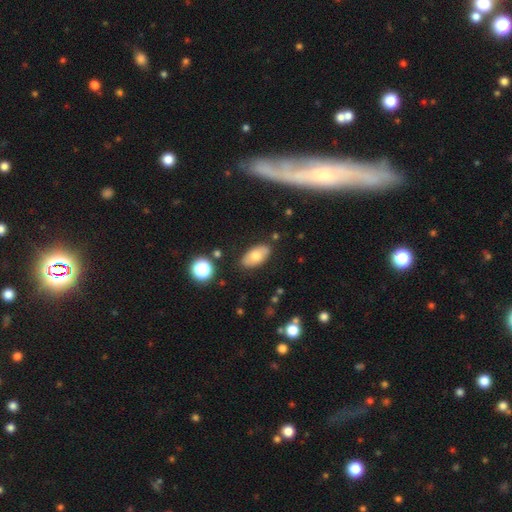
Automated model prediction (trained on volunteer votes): Overall: smooth (69%). How rounded: in between (93%). Merging: none (83%).